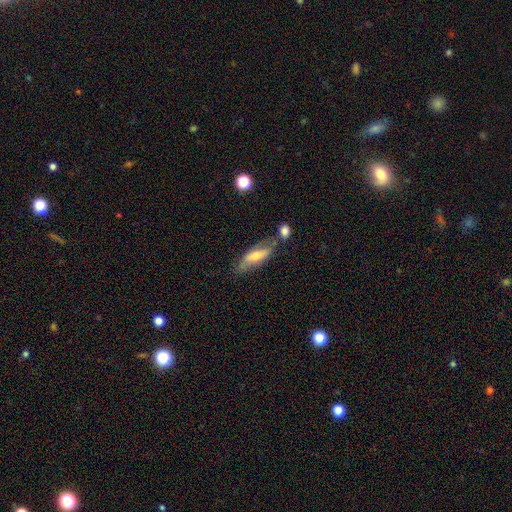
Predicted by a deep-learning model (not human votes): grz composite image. It shows a smooth galaxy with no disk features (53%) that is in between round and cigar-shaped (52%). Merging: none (60%).